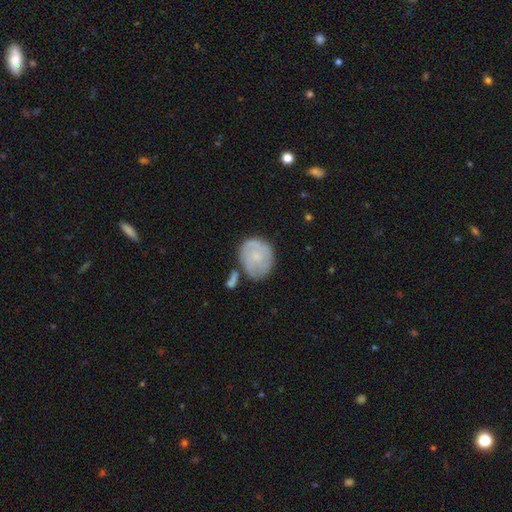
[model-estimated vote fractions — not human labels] A featured or disk galaxy (47%).

Vote fractions:
- Smooth or featured? featured or disk: 47% / smooth: 46% / star or artifact: 7%
- Merging? none: 58% / minor disturbance: 24% / merger: 10% / major disturbance: 8%